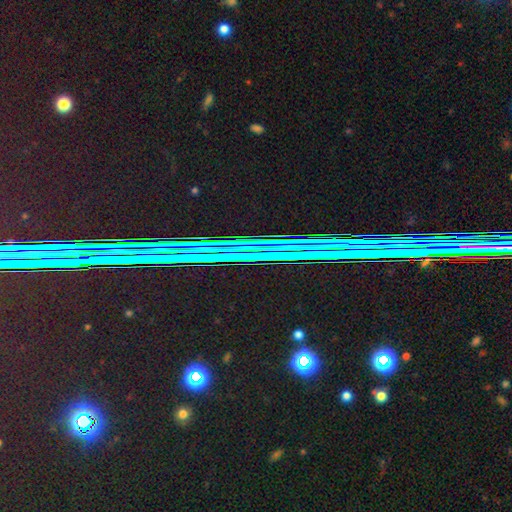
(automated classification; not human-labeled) Overall: star or artifact (80%).